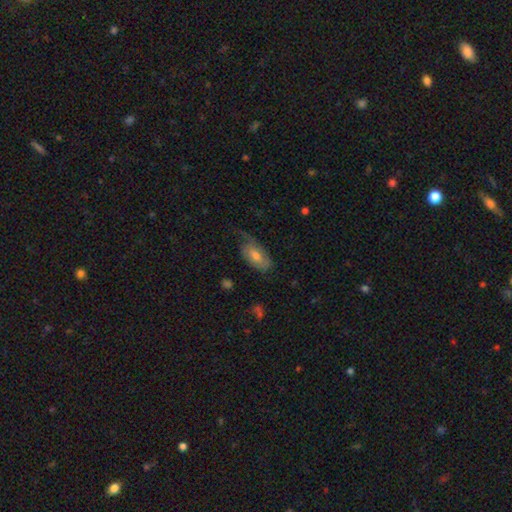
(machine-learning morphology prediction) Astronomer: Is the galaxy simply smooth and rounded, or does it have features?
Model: smooth — 50% (runner-up: featured or disk, 42%).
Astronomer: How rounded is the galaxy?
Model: in between — 90%.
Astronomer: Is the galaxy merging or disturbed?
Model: none — 47% (runner-up: minor disturbance, 31%).